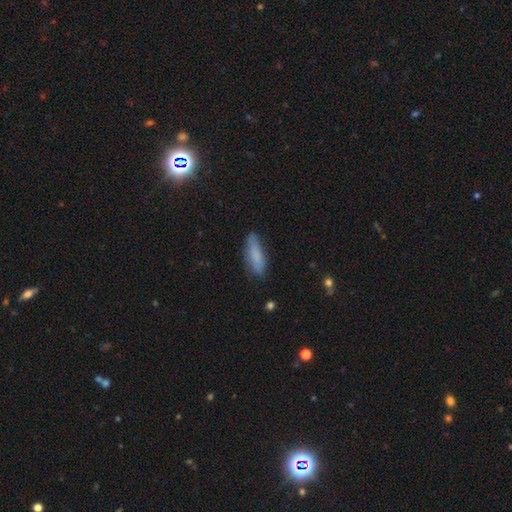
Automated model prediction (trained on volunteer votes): smooth 80%, featured or disk 13%, star or artifact 7%. Down the decision tree: how rounded — cigar-shaped (54%); merging — none (77%).